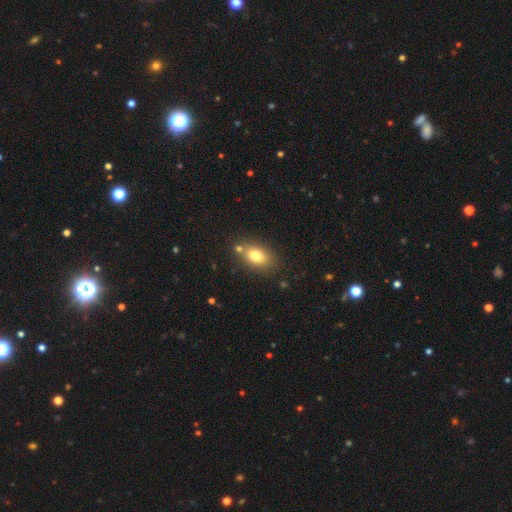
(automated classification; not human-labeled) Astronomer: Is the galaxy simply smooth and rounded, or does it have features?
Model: smooth — 79%.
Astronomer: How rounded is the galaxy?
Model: in between — 82%.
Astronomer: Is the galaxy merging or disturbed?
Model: none — 72%.